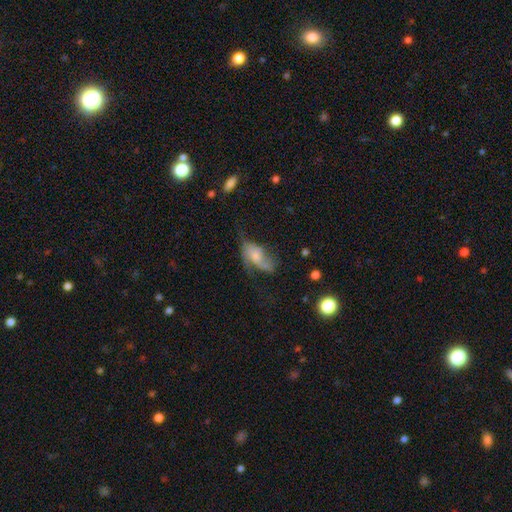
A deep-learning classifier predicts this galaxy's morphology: Q: Smooth or featured?
A: smooth (50%); runner-up: featured or disk (42%)
Q: Merging?
A: major disturbance (36%); runner-up: none (31%)